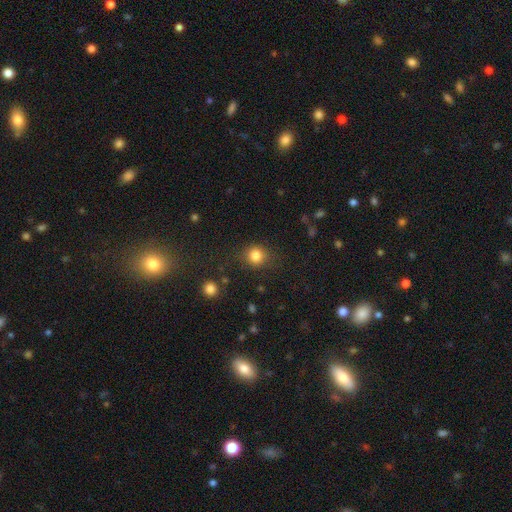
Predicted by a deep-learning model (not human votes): This appears to be a smooth galaxy with no disk features (84%) that is round (87%). Merging: none (84%).